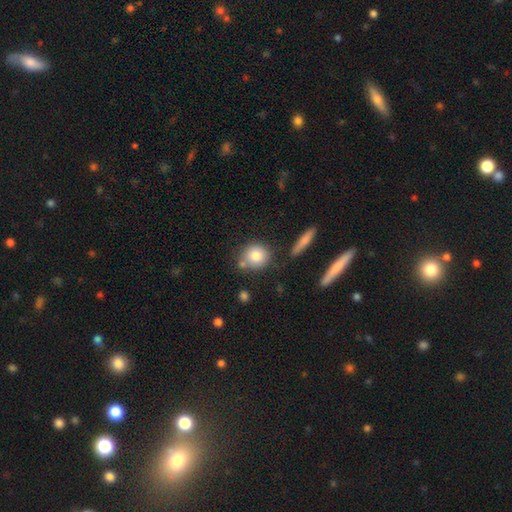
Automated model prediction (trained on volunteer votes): A smooth galaxy with no disk features (81%) that is round (83%).

Vote fractions:
- Smooth or featured? smooth: 81% / featured or disk: 11% / star or artifact: 9%
- How rounded? round: 83% / in between: 16% / cigar-shaped: 2%
- Merging? none: 67% / merger: 15% / minor disturbance: 13% / major disturbance: 4%